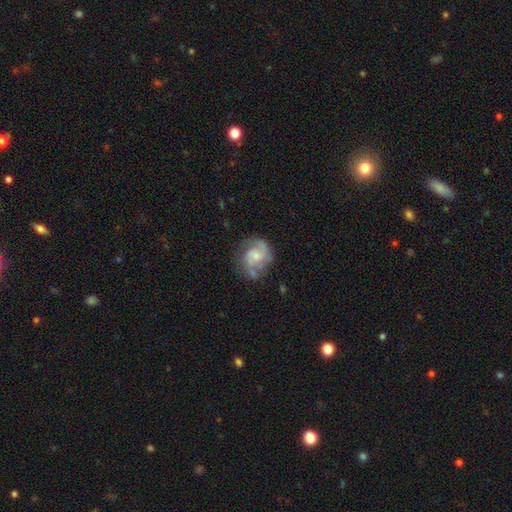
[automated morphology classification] type=featured or disk (73%); edge-on=no (98%); bar=no (63%); spiral arms=yes (90%); winding=medium (48%); arm count=2 (69%); bulge=small (52%); merging=none (60%).